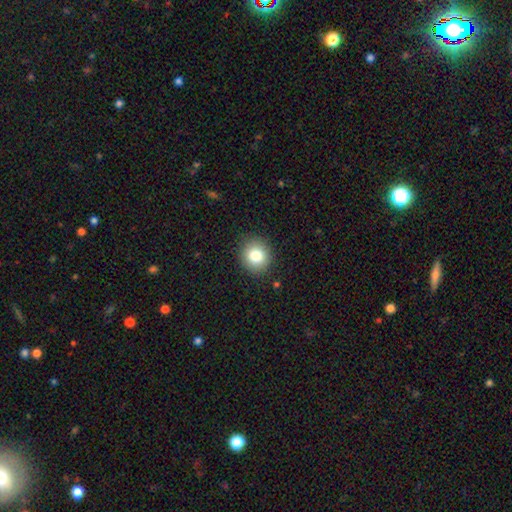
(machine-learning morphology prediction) Smooth or featured?
  - smooth: 81% *
  - star or artifact: 10%
  - featured or disk: 8%
How rounded?
  - round: 86% *
  - in between: 13%
  - cigar-shaped: 1%
Merging?
  - none: 89% *
  - minor disturbance: 8%
  - major disturbance: 2%
  - merger: 1%